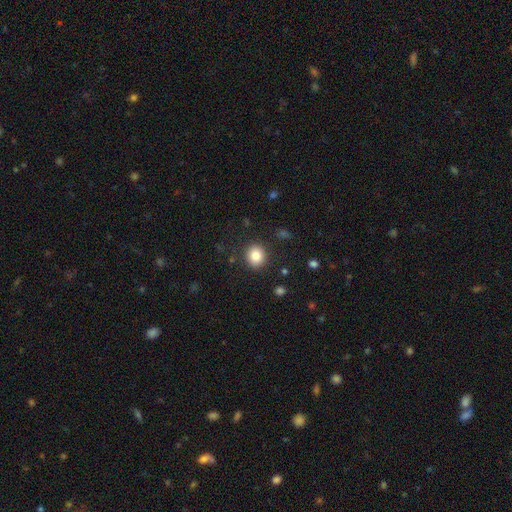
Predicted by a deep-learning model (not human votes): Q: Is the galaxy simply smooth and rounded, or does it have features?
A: smooth — 84%.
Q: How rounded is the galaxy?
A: round — 81%.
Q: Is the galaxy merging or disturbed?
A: none — 89%.